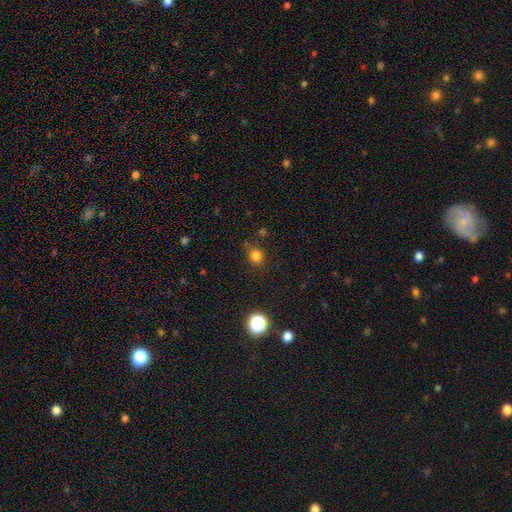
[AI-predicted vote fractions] Morphology: type=smooth (80%); roundness=round (83%); merging=none (80%).